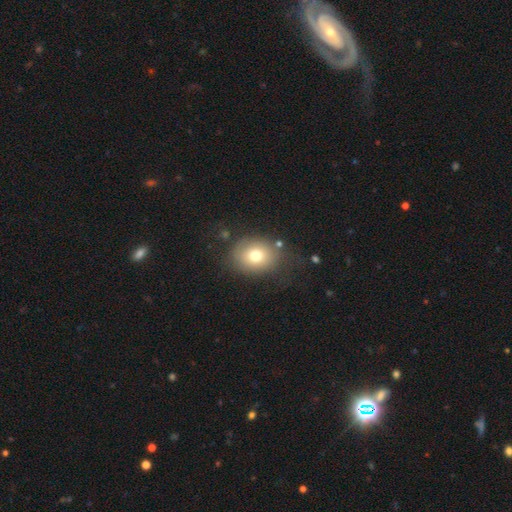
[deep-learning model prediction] smooth 73%, featured or disk 15%, star or artifact 11%. Down the decision tree: how rounded — round (55%); merging — none (71%).